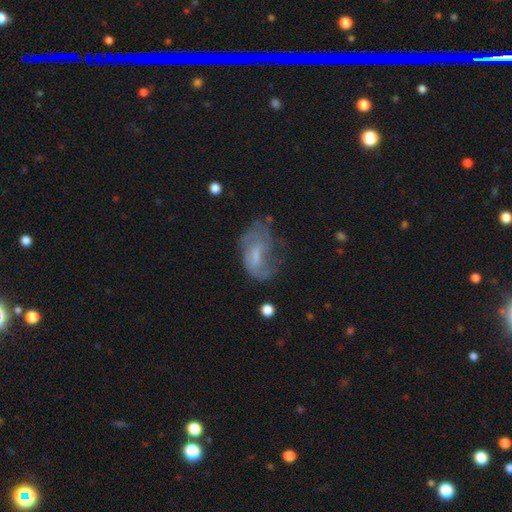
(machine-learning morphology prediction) A featured or disk galaxy (51%). Merging: none (36%).